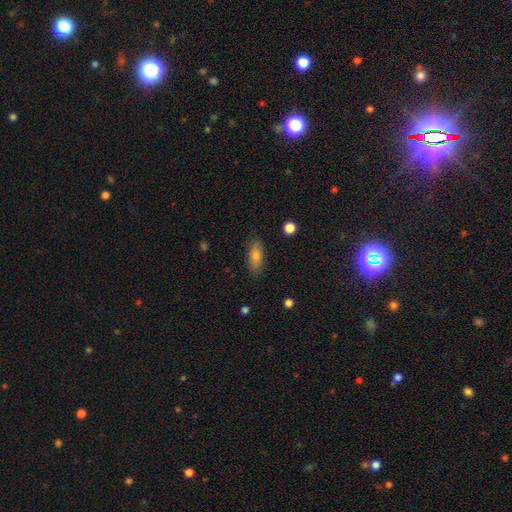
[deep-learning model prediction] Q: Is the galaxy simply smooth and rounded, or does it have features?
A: smooth — 78%.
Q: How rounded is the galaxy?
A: in between — 66%.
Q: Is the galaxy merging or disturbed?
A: none — 86%.